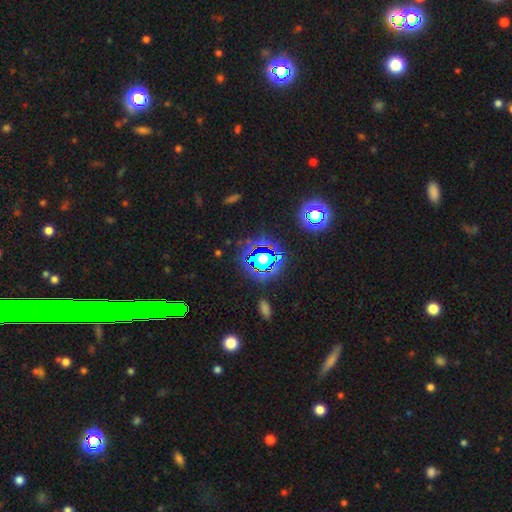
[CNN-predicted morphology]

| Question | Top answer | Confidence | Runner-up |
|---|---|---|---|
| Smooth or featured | star or artifact | 74% | smooth (14%) |